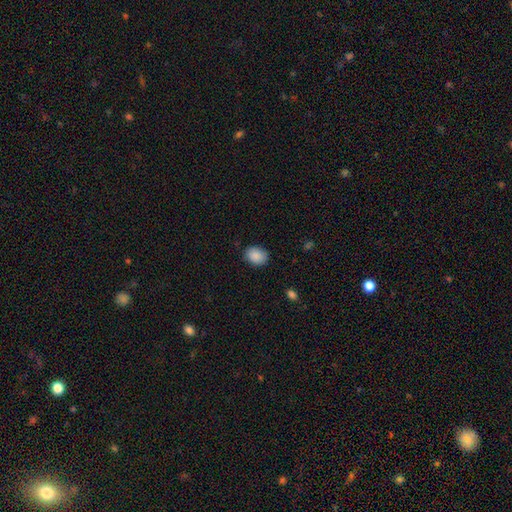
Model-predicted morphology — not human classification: Q: Smooth or featured?
A: smooth (89%); runner-up: star or artifact (7%)
Q: How rounded?
A: in between (63%); runner-up: round (36%)
Q: Merging?
A: none (84%); runner-up: minor disturbance (12%)